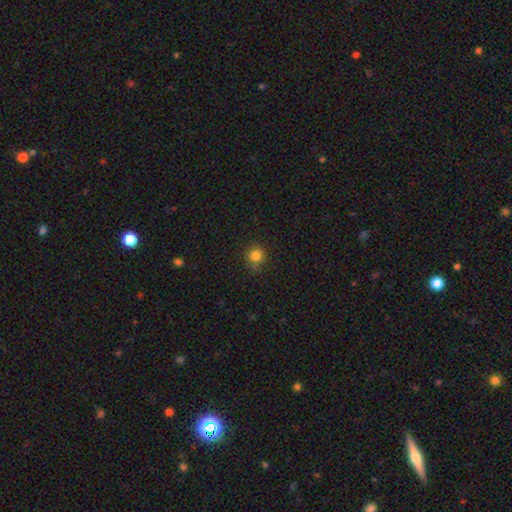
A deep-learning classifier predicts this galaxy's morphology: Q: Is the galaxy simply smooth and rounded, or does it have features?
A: smooth — 82%.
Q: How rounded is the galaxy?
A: round — 91%.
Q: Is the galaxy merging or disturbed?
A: none — 83%.